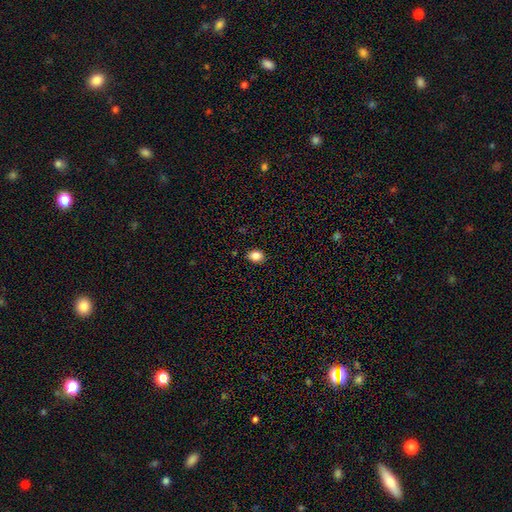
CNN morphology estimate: A smooth galaxy with no disk features (84%) that is in between round and cigar-shaped (62%). Merging: none (87%).